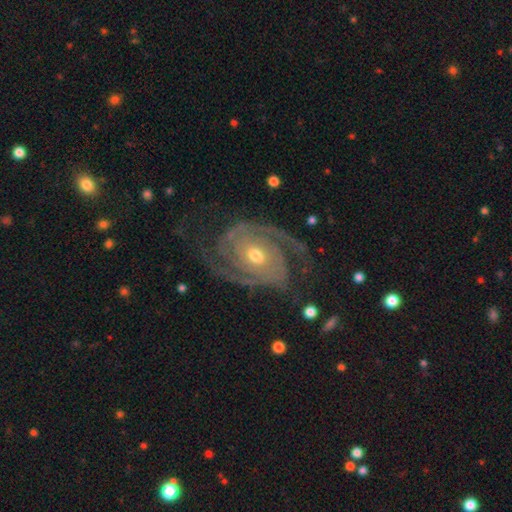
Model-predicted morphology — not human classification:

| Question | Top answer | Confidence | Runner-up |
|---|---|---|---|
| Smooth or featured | featured or disk | 93% | star or artifact (4%) |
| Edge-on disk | no | 97% | yes (3%) |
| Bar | no | 62% | weak (28%) |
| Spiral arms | yes | 98% | no (2%) |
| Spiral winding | tight | 59% | medium (33%) |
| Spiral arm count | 2 | 77% | 3 (8%) |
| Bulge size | moderate | 63% | small (32%) |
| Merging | none | 75% | minor disturbance (15%) |